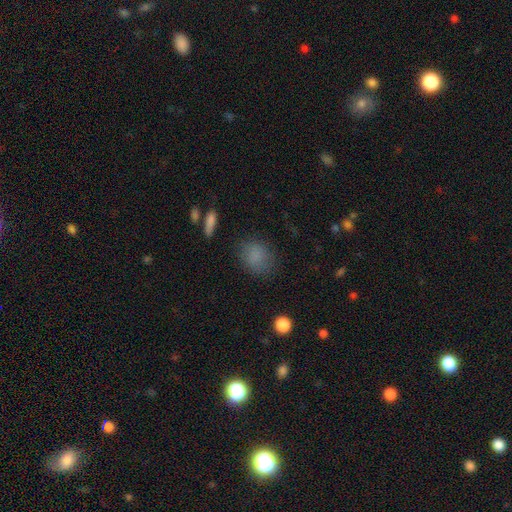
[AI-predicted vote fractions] Morphology: type=smooth (82%); roundness=round (57%); merging=none (78%).